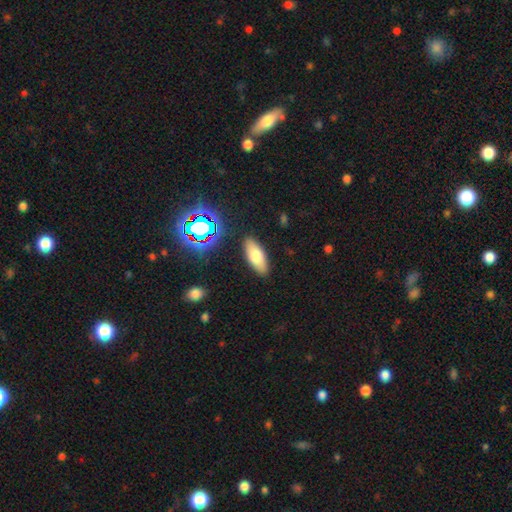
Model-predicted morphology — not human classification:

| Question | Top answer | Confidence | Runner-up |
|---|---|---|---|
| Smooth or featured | smooth | 69% | featured or disk (21%) |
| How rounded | in between | 79% | cigar-shaped (18%) |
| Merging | none | 87% | minor disturbance (9%) |